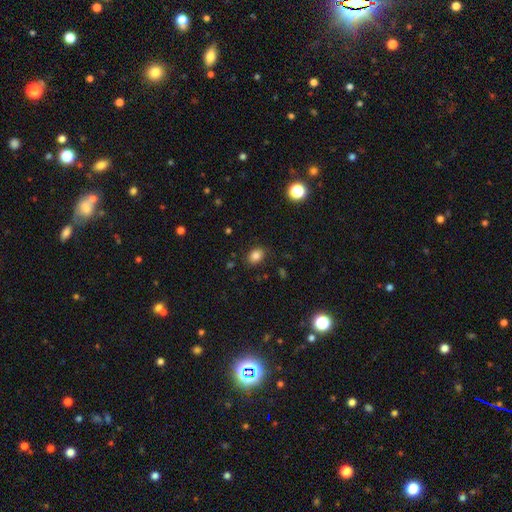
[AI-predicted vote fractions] The model was most divided on "how rounded": in between: 60%, round: 39%, cigar-shaped: 1%. More confident: merging — none (85%); smooth or featured — smooth (82%).